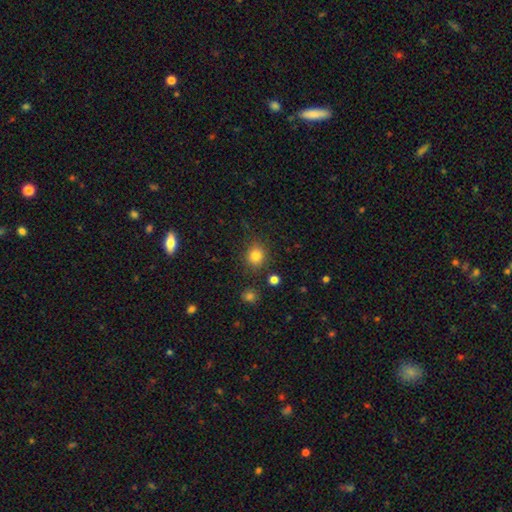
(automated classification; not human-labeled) Q: Smooth or featured?
A: smooth (81%); runner-up: star or artifact (13%)
Q: How rounded?
A: round (82%); runner-up: in between (17%)
Q: Merging?
A: none (83%); runner-up: minor disturbance (10%)